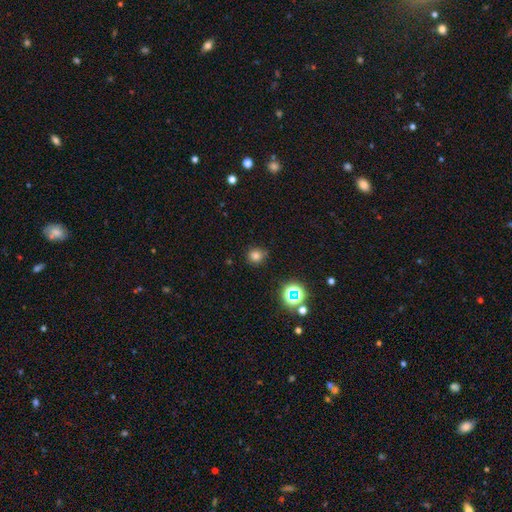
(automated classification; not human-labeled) smooth 76%, star or artifact 19%, featured or disk 6%. Down the decision tree: how rounded — round (91%); merging — none (83%).